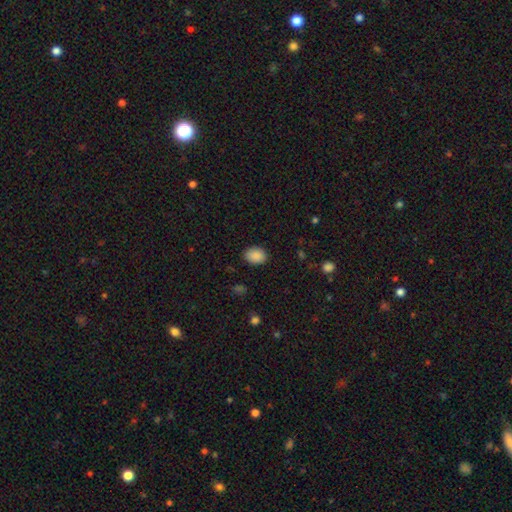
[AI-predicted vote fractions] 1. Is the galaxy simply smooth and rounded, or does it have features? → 89% smooth, 8% star or artifact, 3% featured or disk.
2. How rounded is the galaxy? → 68% in between, 31% round, 1% cigar-shaped.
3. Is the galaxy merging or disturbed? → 87% none, 9% minor disturbance, 2% major disturbance, 1% merger.